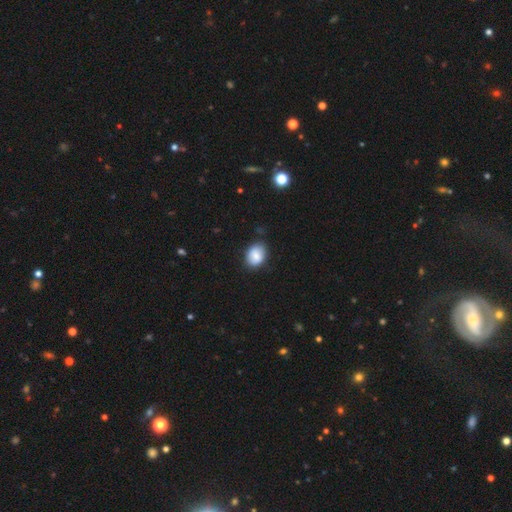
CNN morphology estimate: Smooth or featured? smooth (82%)
How rounded? in between (70%)
Merging? none (76%)